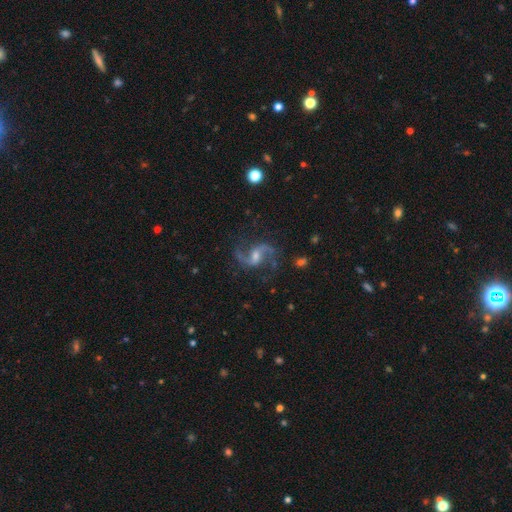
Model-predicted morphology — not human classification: A featured or disk galaxy (90%) with a weak bar (49%), 2 (94%) loose (59%) spiral arms (98%) and a moderate central bulge (48%).

Vote fractions:
- Smooth or featured? featured or disk: 90% / star or artifact: 6% / smooth: 4%
- Edge-on disk? no: 98% / yes: 2%
- Bar? weak: 49% / no: 30% / strong: 21%
- Spiral arms? yes: 98% / no: 2%
- Spiral winding? loose: 59% / medium: 36% / tight: 5%
- Spiral arm count? 2: 94% / can't tell: 2% / 1: 1% / 3: 1% / 4: 1% / more than 4: 1%
- Bulge size? moderate: 48% / small: 40% / none: 6% / large: 4% / dominant: 1%
- Merging? none: 79% / minor disturbance: 13% / major disturbance: 7% / merger: 2%